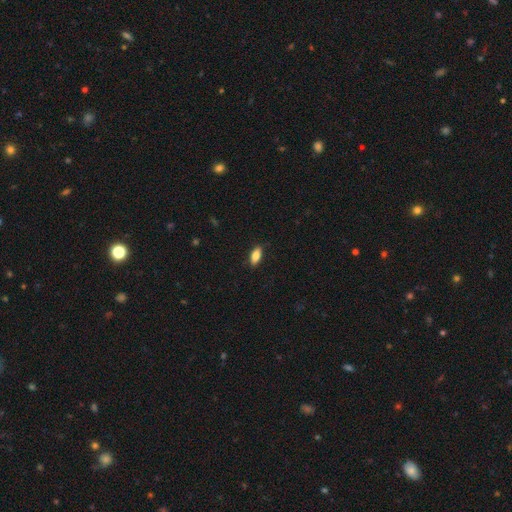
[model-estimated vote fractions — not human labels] Q: Smooth or featured?
A: smooth (82%); runner-up: featured or disk (11%)
Q: How rounded?
A: in between (83%); runner-up: cigar-shaped (14%)
Q: Merging?
A: none (85%); runner-up: minor disturbance (12%)